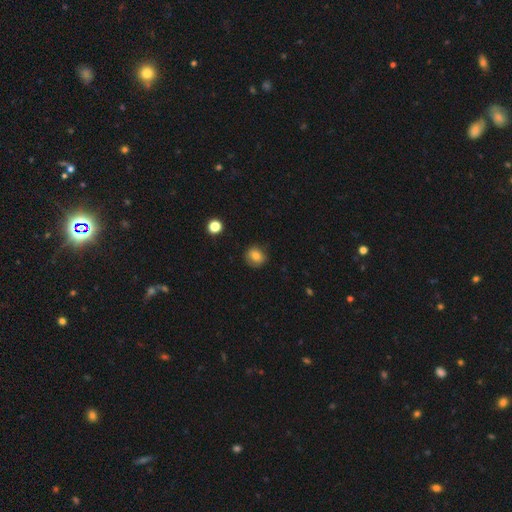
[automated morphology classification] The model was most divided on "how rounded": round: 81%, in between: 18%, cigar-shaped: 1%. More confident: merging — none (83%); smooth or featured — smooth (80%).